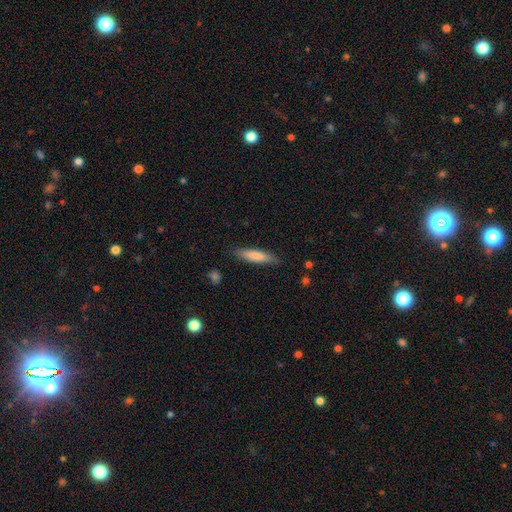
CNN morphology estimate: Q: Smooth or featured?
A: smooth (79%); runner-up: featured or disk (15%)
Q: How rounded?
A: cigar-shaped (81%); runner-up: in between (18%)
Q: Merging?
A: none (85%); runner-up: minor disturbance (11%)